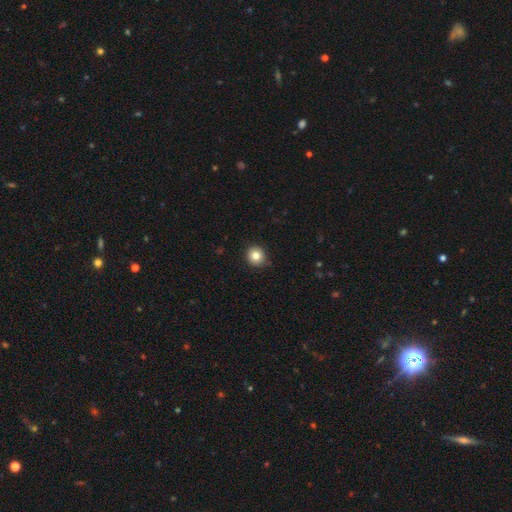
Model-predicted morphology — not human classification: A smooth galaxy with no disk features (82%) that is round (89%).

Vote fractions:
- Smooth or featured? smooth: 82% / star or artifact: 11% / featured or disk: 8%
- How rounded? round: 89% / in between: 10% / cigar-shaped: 1%
- Merging? none: 88% / minor disturbance: 9% / major disturbance: 2% / merger: 1%